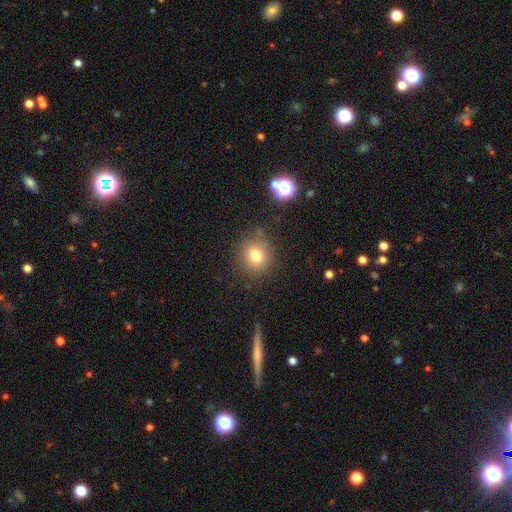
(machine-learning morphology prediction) A smooth galaxy with no disk features (77%) that is round (87%). Merging: none (84%).